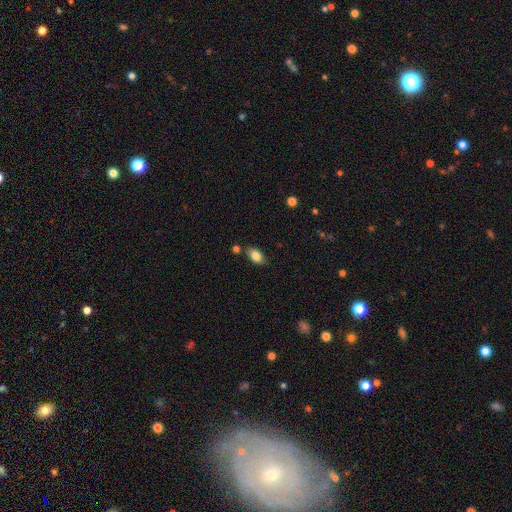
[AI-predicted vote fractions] This is clearly a smooth galaxy (83%). How rounded: clearly in between (91%). Merging: likely none (79%).